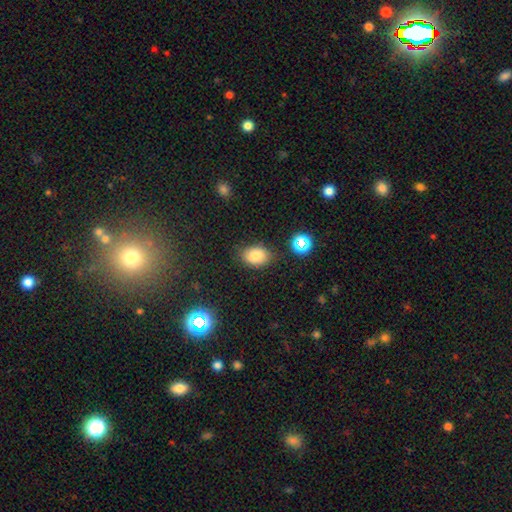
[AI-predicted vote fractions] This appears to be a smooth galaxy with no disk features (81%) that is in between round and cigar-shaped (75%). Merging: none (80%).